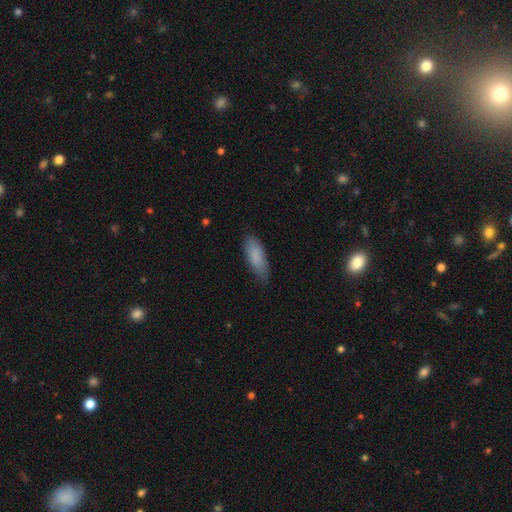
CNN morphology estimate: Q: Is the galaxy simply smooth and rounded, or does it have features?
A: smooth — 85%.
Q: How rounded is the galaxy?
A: in between — 66%.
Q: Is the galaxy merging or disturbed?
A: none — 76%.